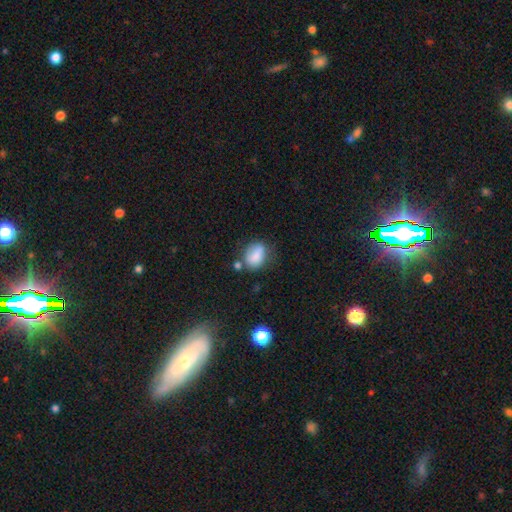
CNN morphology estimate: A smooth galaxy with no disk features (79%) that is in between round and cigar-shaped (70%).

Vote fractions:
- Smooth or featured? smooth: 79% / featured or disk: 12% / star or artifact: 9%
- How rounded? in between: 70% / round: 28% / cigar-shaped: 2%
- Merging? none: 51% / minor disturbance: 26% / merger: 14% / major disturbance: 8%